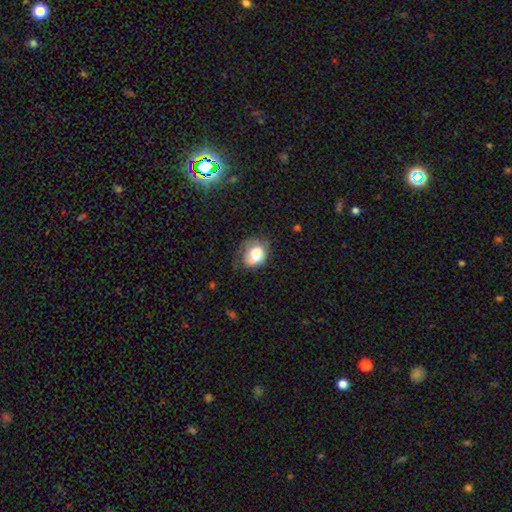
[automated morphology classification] Smooth or featured? Predicted: smooth (p=0.67). How rounded? Predicted: round (p=0.52). Merging? Predicted: none (p=0.36).